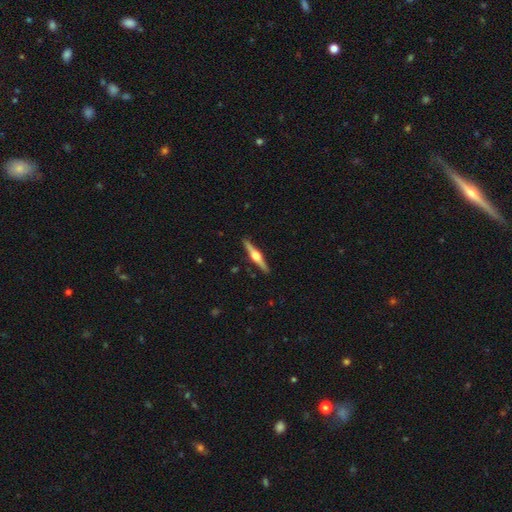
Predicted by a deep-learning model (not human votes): A featured or disk galaxy (79%) viewed edge-on (98%) with a rounded central bulge (94%).

Vote fractions:
- Smooth or featured? featured or disk: 79% / smooth: 16% / star or artifact: 5%
- Edge-on disk? yes: 98% / no: 2%
- Edge-on bulge? rounded: 94% / boxy: 4% / none: 2%
- Merging? none: 91% / minor disturbance: 6% / major disturbance: 1% / merger: 1%